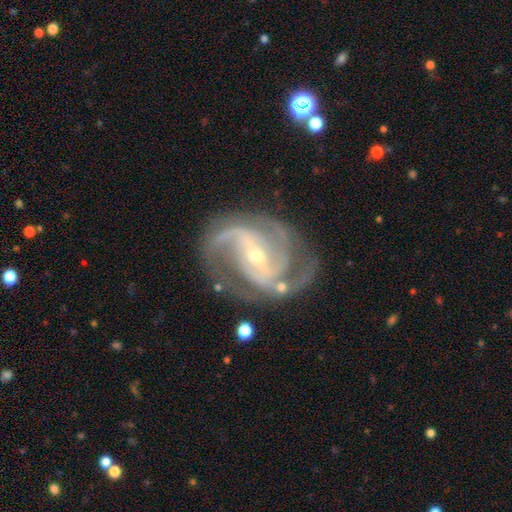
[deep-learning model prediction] This appears to be a featured or disk galaxy (91%) with a weak bar (42%), 2 (44%) medium (54%) spiral arms (98%) and a small central bulge (53%). Merging: none (69%).